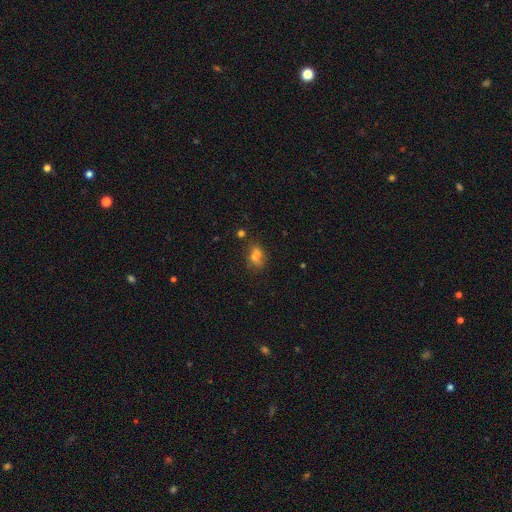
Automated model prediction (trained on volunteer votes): Smooth or featured?
  - smooth: 67% *
  - featured or disk: 19%
  - star or artifact: 15%
How rounded?
  - in between: 67% *
  - round: 29%
  - cigar-shaped: 3%
Merging?
  - none: 49% *
  - minor disturbance: 22%
  - merger: 18%
  - major disturbance: 10%